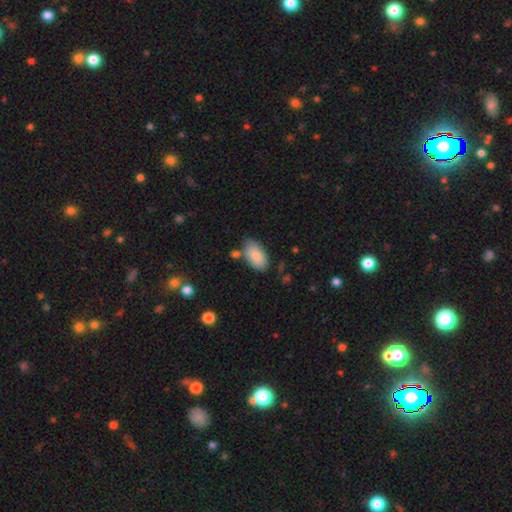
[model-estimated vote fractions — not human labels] smooth_or_featured: smooth (p=0.83) [alt: featured or disk p=0.11]
how_rounded: in between (p=0.95) [alt: round p=0.04]
merging: none (p=0.72) [alt: minor disturbance p=0.17]